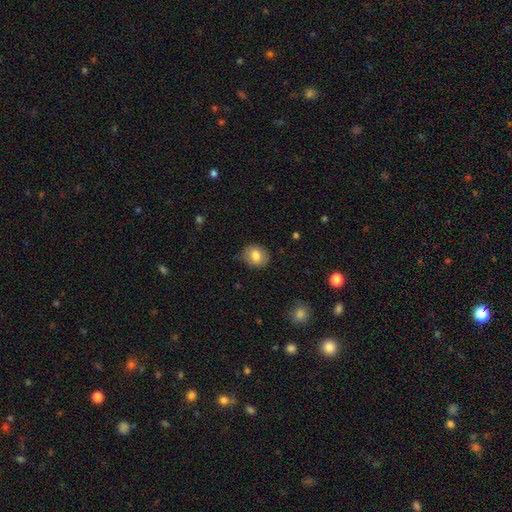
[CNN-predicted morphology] This appears to be a smooth galaxy with no disk features (79%) that is round (65%). Merging: none (82%).